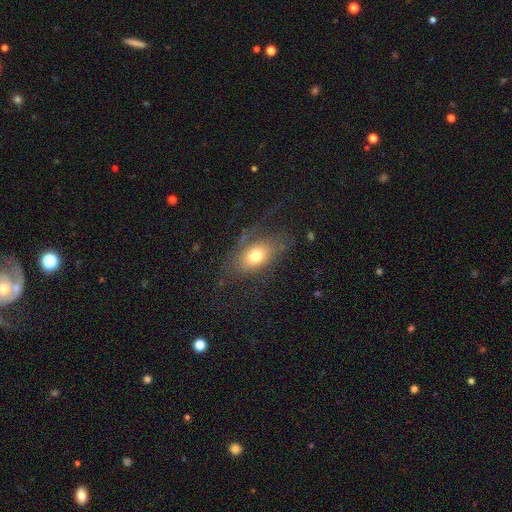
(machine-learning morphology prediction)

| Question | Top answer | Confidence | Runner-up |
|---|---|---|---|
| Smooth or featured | smooth | 57% | featured or disk (33%) |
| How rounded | in between | 83% | round (13%) |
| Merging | none | 50% | major disturbance (27%) |